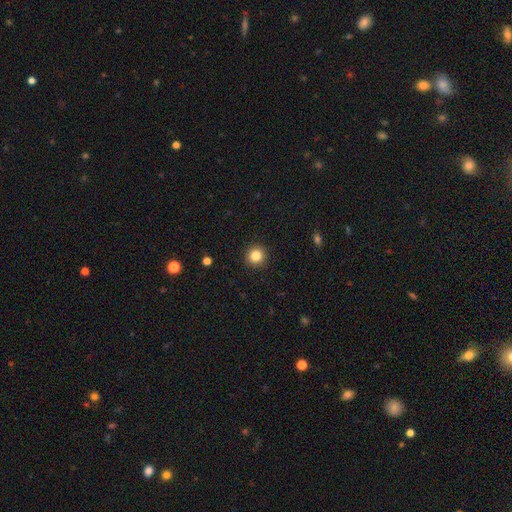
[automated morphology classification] A smooth galaxy with no disk features (83%) that is round (94%). Merging: none (93%).